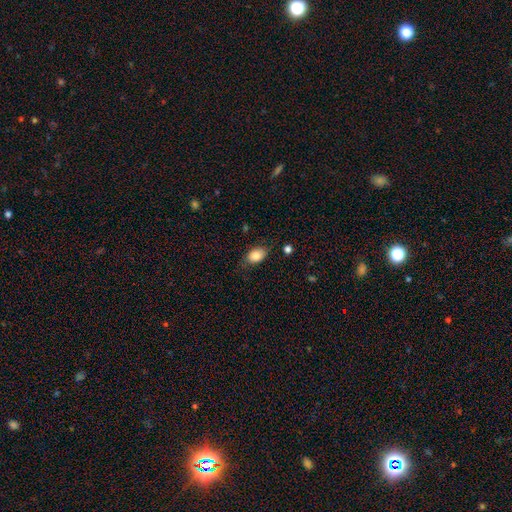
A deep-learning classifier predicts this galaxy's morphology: type=smooth (83%); roundness=in between (85%); merging=none (72%).